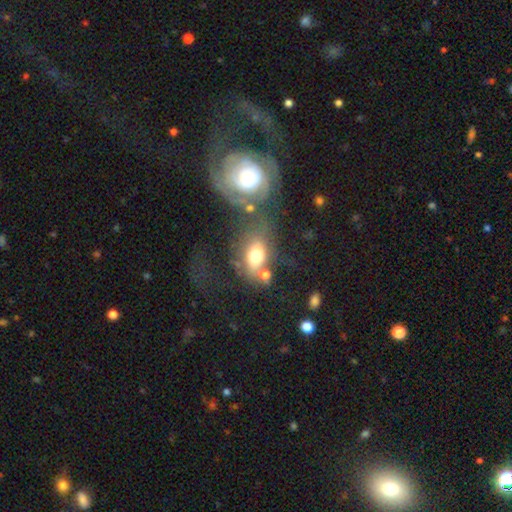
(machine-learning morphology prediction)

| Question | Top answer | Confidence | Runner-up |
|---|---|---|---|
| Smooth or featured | smooth | 57% | featured or disk (30%) |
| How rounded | in between | 72% | round (25%) |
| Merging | none | 37% | merger (29%) |